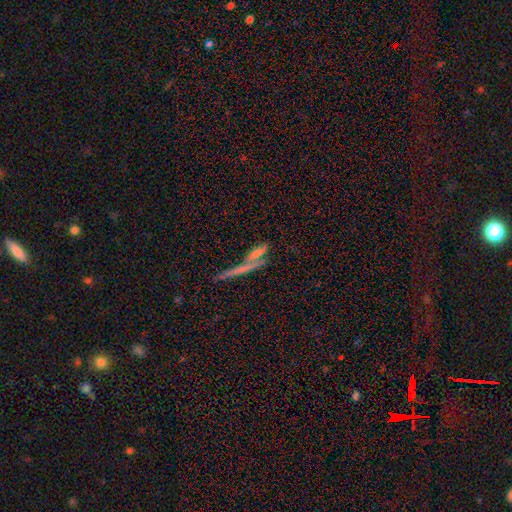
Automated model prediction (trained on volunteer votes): Overall: smooth (47%; featured or disk 34%). Merging: none (49%; merger 31%).